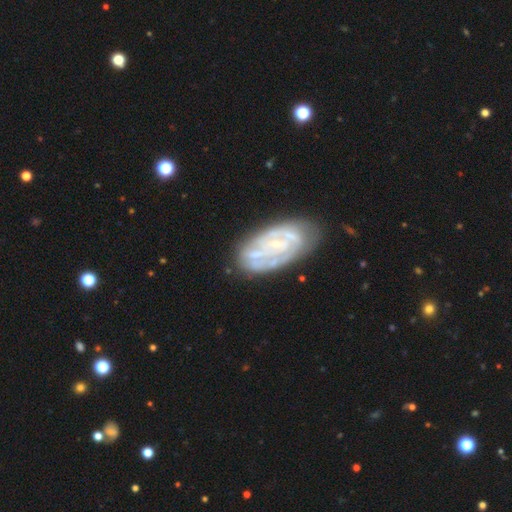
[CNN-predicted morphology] type=featured or disk (78%); edge-on=no (96%); bar=no (51%); spiral arms=yes (79%); winding=tight (56%); arm count=can't tell (37%); bulge=small (70%); merging=none (57%).